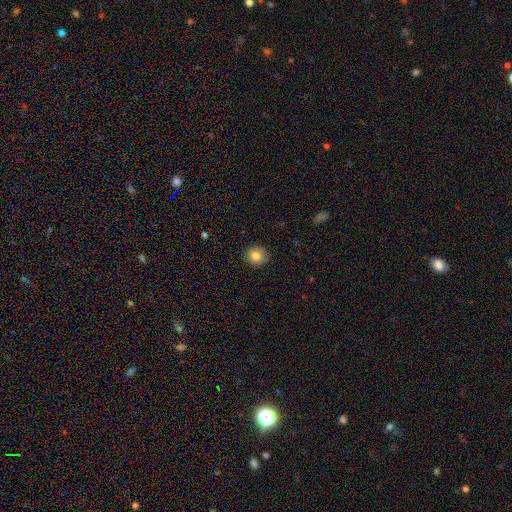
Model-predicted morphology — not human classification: A smooth galaxy with no disk features (82%) that is round (87%).

Vote fractions:
- Smooth or featured? smooth: 82% / star or artifact: 10% / featured or disk: 8%
- How rounded? round: 87% / in between: 12% / cigar-shaped: 1%
- Merging? none: 90% / minor disturbance: 7% / major disturbance: 2% / merger: 1%